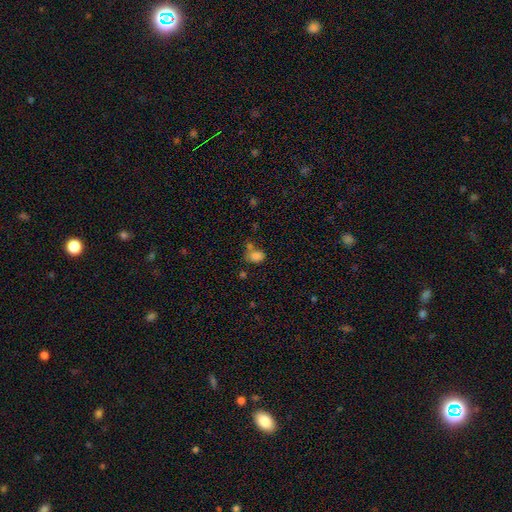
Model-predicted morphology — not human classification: Smooth or featured? Predicted: smooth (p=0.80). How rounded? Predicted: in between (p=0.76). Merging? Predicted: none (p=0.48).